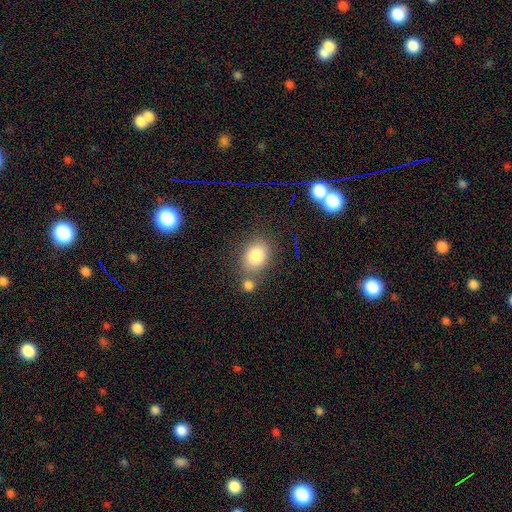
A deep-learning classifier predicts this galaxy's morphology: type=smooth (81%); roundness=in between (56%); merging=none (65%).